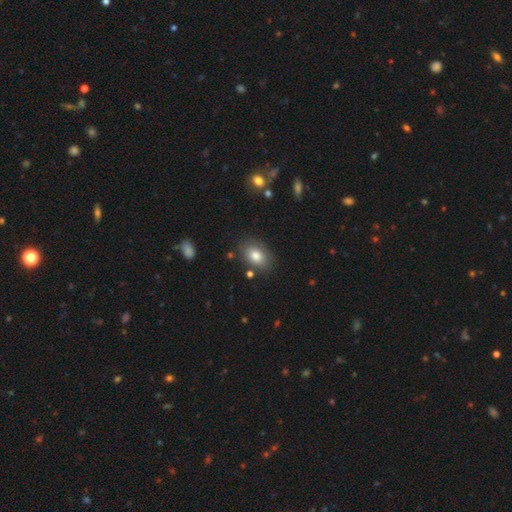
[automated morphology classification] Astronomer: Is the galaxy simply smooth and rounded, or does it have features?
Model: smooth — 81%.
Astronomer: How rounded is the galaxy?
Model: in between — 83%.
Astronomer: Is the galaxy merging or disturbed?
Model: none — 81%.